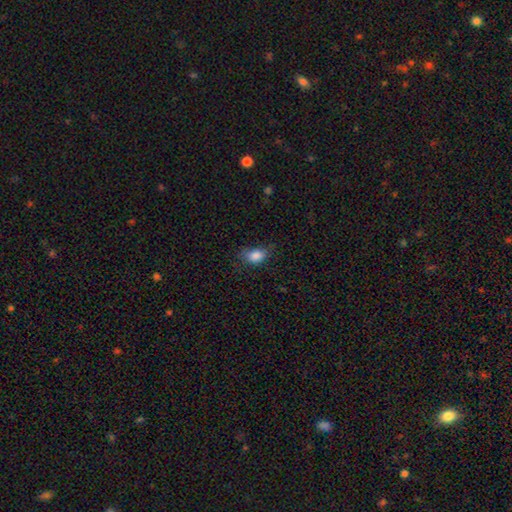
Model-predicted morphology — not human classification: This is clearly a smooth galaxy (85%). How rounded: clearly in between (83%). Merging: likely none (62%).